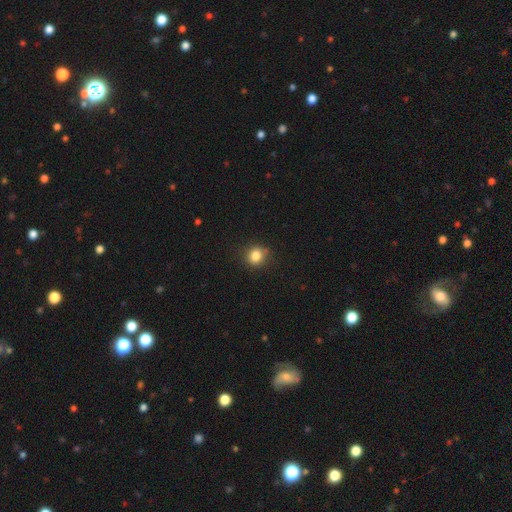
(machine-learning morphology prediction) A smooth galaxy with no disk features (83%) that is round (78%).

Vote fractions:
- Smooth or featured? smooth: 83% / star or artifact: 11% / featured or disk: 5%
- How rounded? round: 78% / in between: 21% / cigar-shaped: 1%
- Merging? none: 82% / minor disturbance: 14% / major disturbance: 3% / merger: 1%